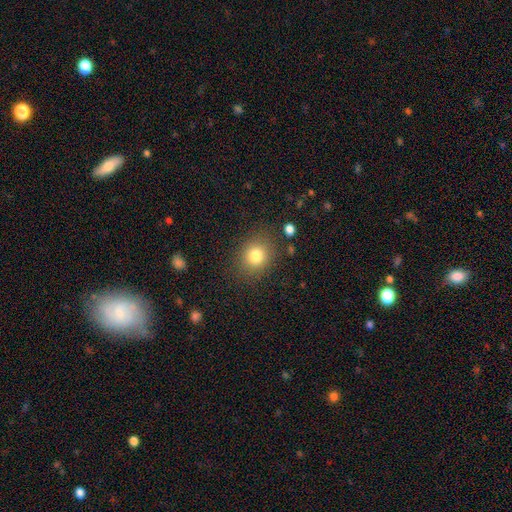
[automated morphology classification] The model was most divided on "how rounded": round: 70%, in between: 29%, cigar-shaped: 1%. More confident: merging — none (83%); smooth or featured — smooth (80%).